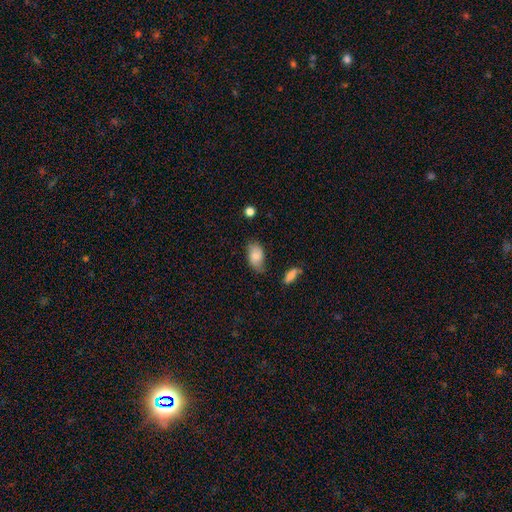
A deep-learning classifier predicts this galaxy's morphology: type=smooth (74%); roundness=in between (92%); merging=none (62%).